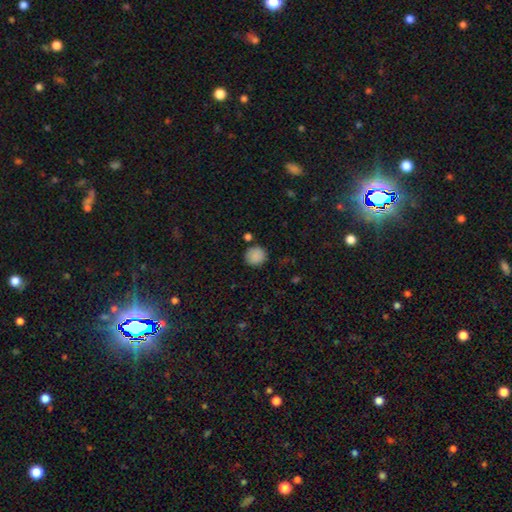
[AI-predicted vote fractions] smooth_or_featured: smooth (p=0.87) [alt: star or artifact p=0.09]
how_rounded: round (p=0.88) [alt: in between p=0.11]
merging: none (p=0.82) [alt: minor disturbance p=0.11]